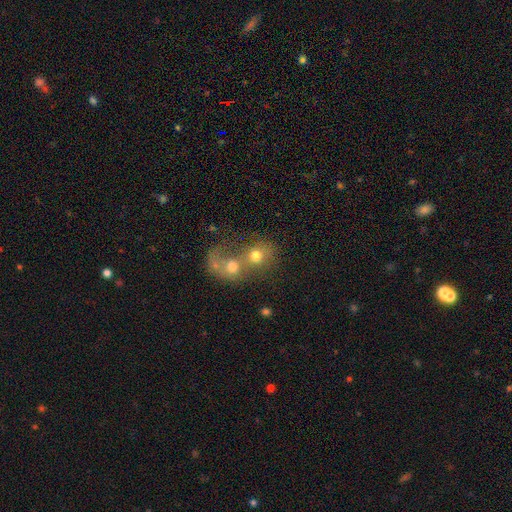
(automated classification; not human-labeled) Smooth or featured? Predicted: smooth (p=0.63). How rounded? Predicted: round (p=0.67). Merging? Predicted: merger (p=0.72).